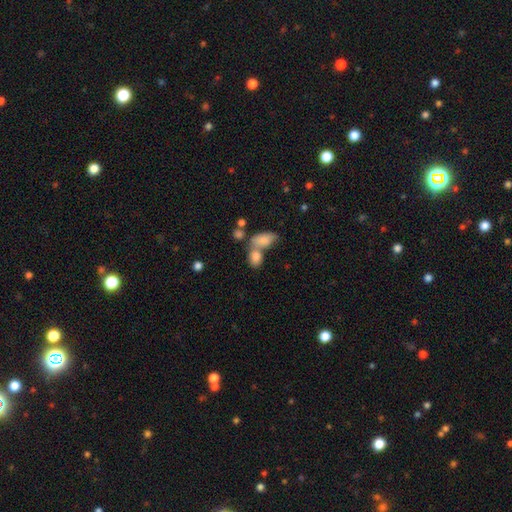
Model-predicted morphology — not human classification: type=smooth (81%); roundness=in between (82%); merging=merger (51%).